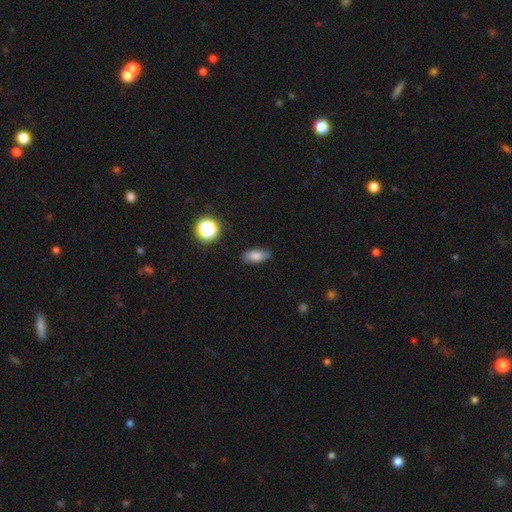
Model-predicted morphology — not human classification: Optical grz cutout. It shows a smooth galaxy with no disk features (81%) that is in between round and cigar-shaped (83%). Merging: none (81%).